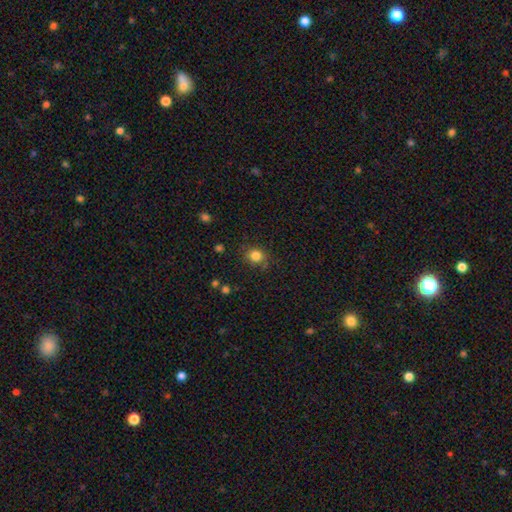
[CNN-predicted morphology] Overall: smooth (82%). How rounded: round (79%). Merging: none (79%).